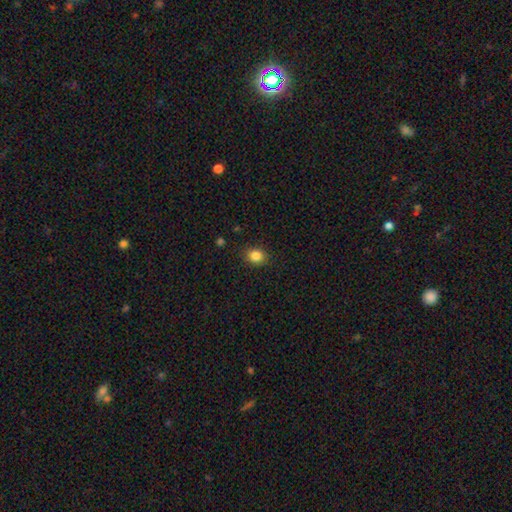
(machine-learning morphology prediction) The model was most divided on "how rounded": round: 65%, in between: 34%, cigar-shaped: 1%. More confident: merging — none (88%); smooth or featured — smooth (84%).